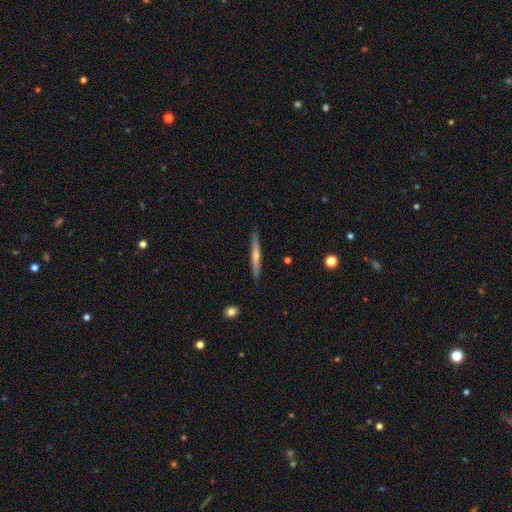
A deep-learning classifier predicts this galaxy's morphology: This is possibly a featured or disk galaxy (54%). It is clearly viewed edge-on (96%). Edge-on bulge: possibly rounded (60%). Merging: clearly none (90%).